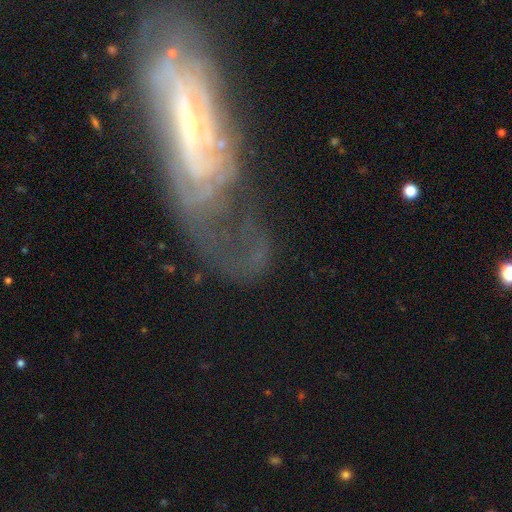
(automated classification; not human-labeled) This is likely a featured or disk galaxy (71%). It is clearly not viewed edge-on (88%). Bar: possibly no (55%). Spiral arm pattern: likely yes (69%). Central bulge: likely small (65%). Merging: marginally major disturbance (42%).